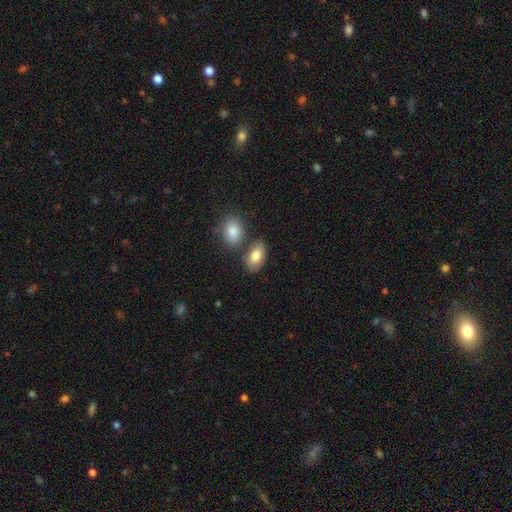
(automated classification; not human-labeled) A smooth galaxy with no disk features (82%) that is in between round and cigar-shaped (93%). Merging: none (69%).